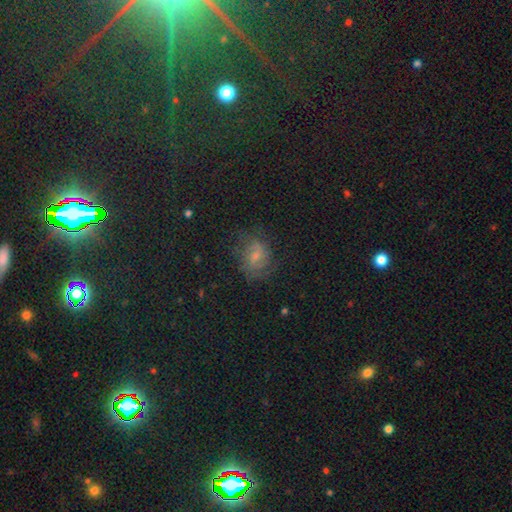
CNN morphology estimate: This appears to be a featured or disk galaxy (49%). Merging: none (67%).